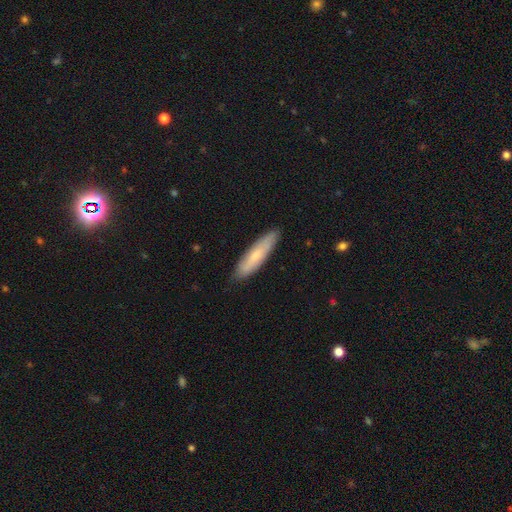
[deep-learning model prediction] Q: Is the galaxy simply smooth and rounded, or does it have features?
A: smooth — 69%.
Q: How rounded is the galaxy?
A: cigar-shaped — 74%.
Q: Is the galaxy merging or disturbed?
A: none — 86%.